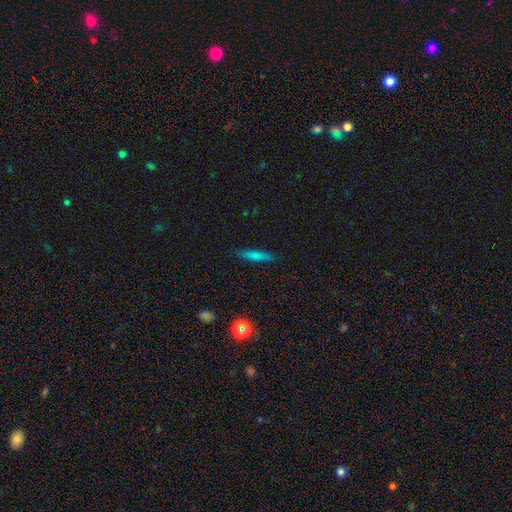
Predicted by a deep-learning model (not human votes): This is likely a smooth galaxy (72%). How rounded: clearly cigar-shaped (83%). Merging: clearly none (88%).